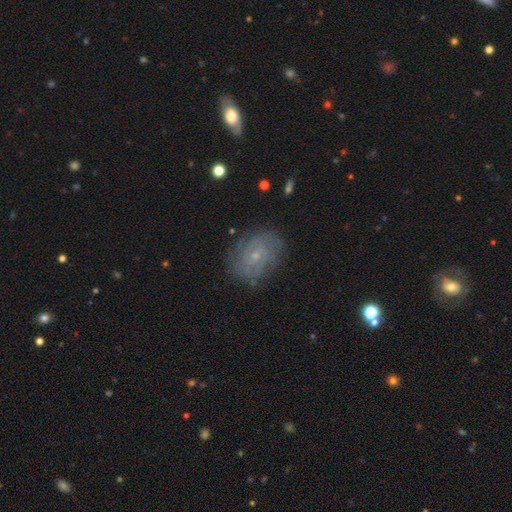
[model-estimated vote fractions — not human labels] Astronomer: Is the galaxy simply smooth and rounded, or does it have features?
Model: featured or disk — 64%.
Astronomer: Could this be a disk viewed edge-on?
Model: no — 97%.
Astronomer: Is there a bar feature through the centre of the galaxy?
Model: no — 75%.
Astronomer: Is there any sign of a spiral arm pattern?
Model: yes — 84%.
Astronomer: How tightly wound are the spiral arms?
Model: tight — 64%.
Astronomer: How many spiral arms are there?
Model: can't tell — 53%.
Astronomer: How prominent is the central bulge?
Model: small — 79%.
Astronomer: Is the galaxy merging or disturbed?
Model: none — 77%.